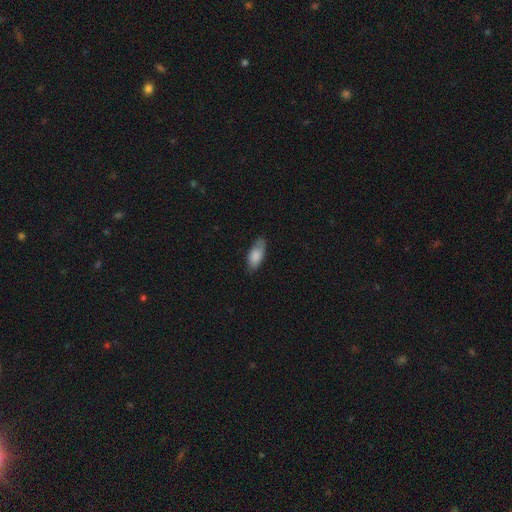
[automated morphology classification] Q: Smooth or featured?
A: smooth (82%); runner-up: featured or disk (12%)
Q: How rounded?
A: in between (85%); runner-up: cigar-shaped (12%)
Q: Merging?
A: none (69%); runner-up: minor disturbance (25%)